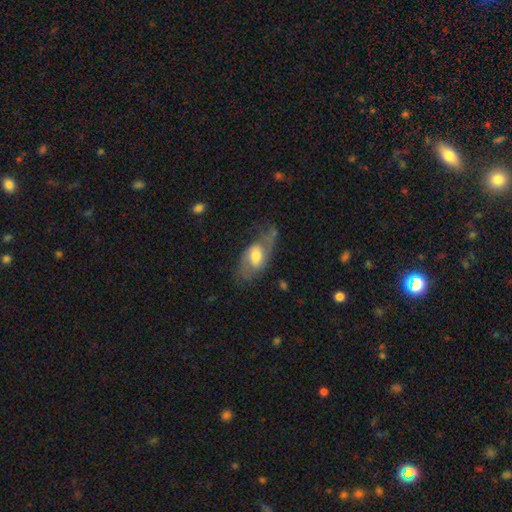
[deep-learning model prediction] A featured or disk galaxy (55%).

Vote fractions:
- Smooth or featured? featured or disk: 55% / smooth: 38% / star or artifact: 7%
- Edge-on disk? no: 90% / yes: 10%
- Merging? none: 45% / minor disturbance: 28% / major disturbance: 24% / merger: 3%